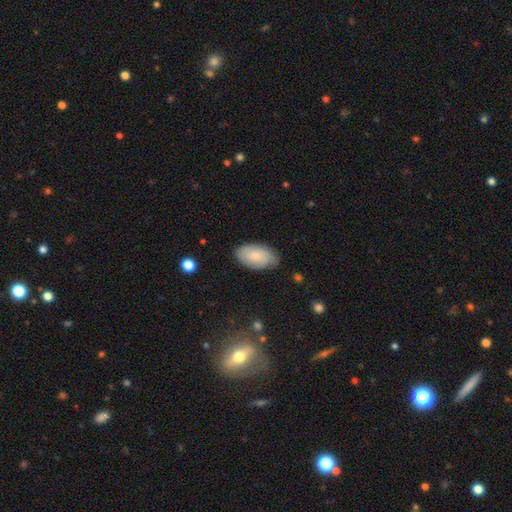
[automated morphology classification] Smooth or featured? Predicted: smooth (p=0.67). How rounded? Predicted: in between (p=0.94). Merging? Predicted: none (p=0.75).